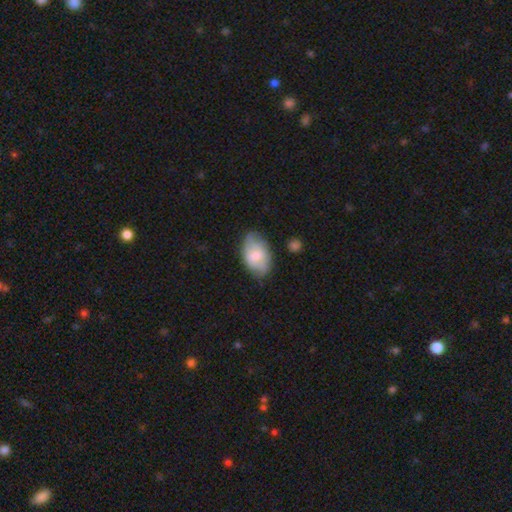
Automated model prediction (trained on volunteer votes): Smooth or featured: smooth — 62% (featured or disk — 32%)
How rounded: in between — 89% (round — 9%)
Merging: none — 63% (minor disturbance — 28%)